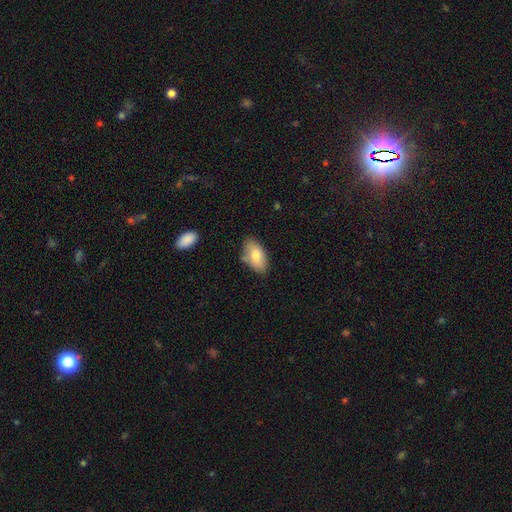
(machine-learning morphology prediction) Smooth or featured: smooth — 77% (featured or disk — 16%)
How rounded: in between — 93% (round — 4%)
Merging: none — 74% (minor disturbance — 18%)